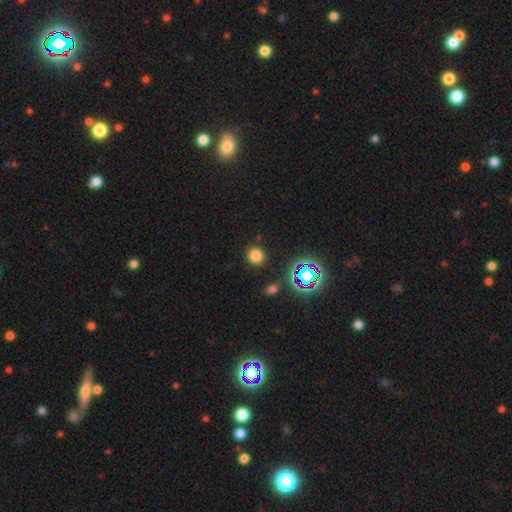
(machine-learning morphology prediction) The model was most divided on "smooth or featured": smooth: 75%, star or artifact: 19%, featured or disk: 6%. More confident: merging — none (88%); how rounded — round (84%).